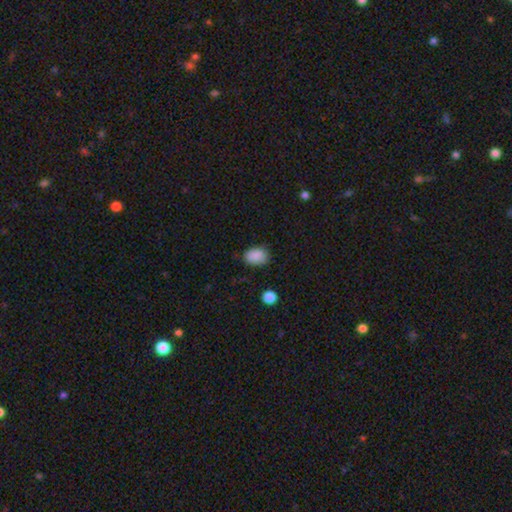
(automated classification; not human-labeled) Morphology: type=smooth (88%); roundness=in between (76%); merging=none (77%).